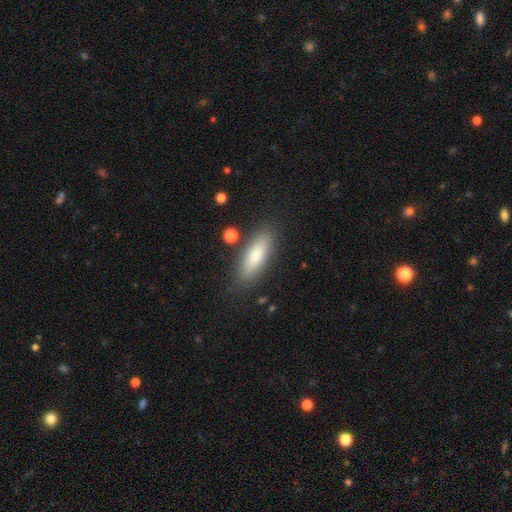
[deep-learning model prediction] This appears to be a smooth galaxy with no disk features (78%) that is in between round and cigar-shaped (55%). Merging: none (84%).